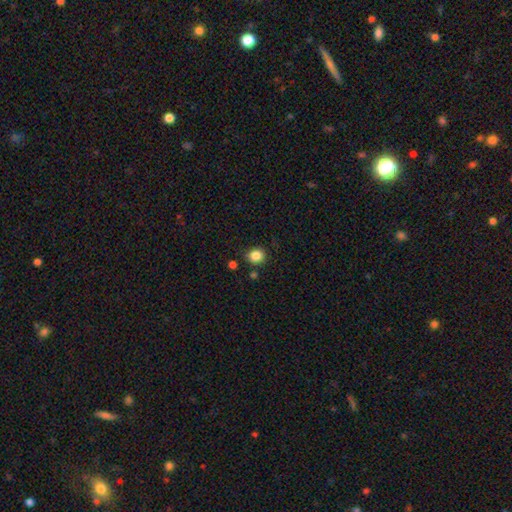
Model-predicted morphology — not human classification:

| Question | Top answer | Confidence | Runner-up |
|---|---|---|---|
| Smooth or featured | smooth | 85% | star or artifact (11%) |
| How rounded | round | 80% | in between (19%) |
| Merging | none | 84% | minor disturbance (10%) |